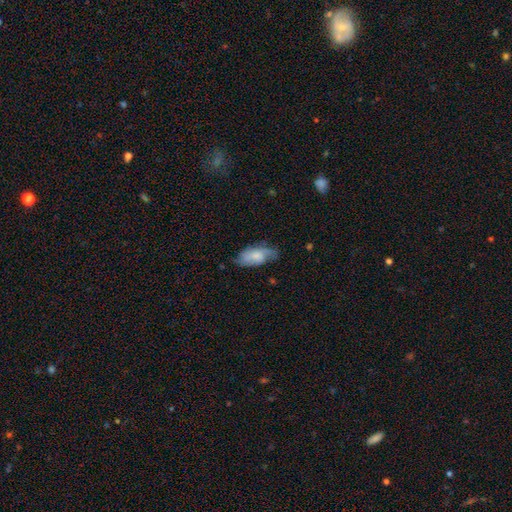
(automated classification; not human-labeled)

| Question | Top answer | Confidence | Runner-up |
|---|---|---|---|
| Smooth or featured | smooth | 58% | featured or disk (35%) |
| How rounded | in between | 89% | cigar-shaped (8%) |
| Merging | none | 55% | minor disturbance (32%) |